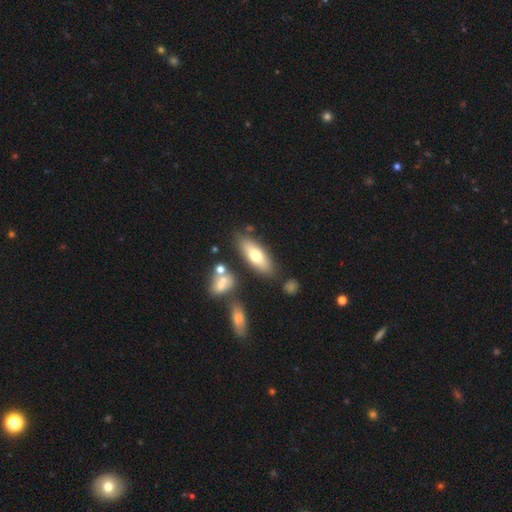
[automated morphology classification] Overall: smooth (65%; featured or disk 28%). How rounded: in between (67%; cigar-shaped 30%). Merging: none (78%).